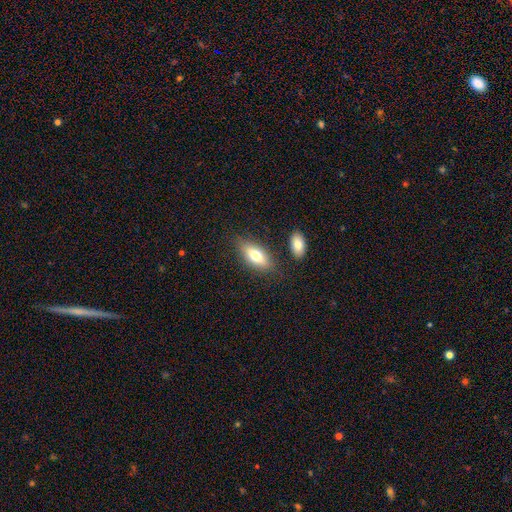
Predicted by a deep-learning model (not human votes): The model was most divided on "smooth or featured": smooth: 72%, featured or disk: 20%, star or artifact: 8%. More confident: how rounded — in between (82%); merging — none (78%).